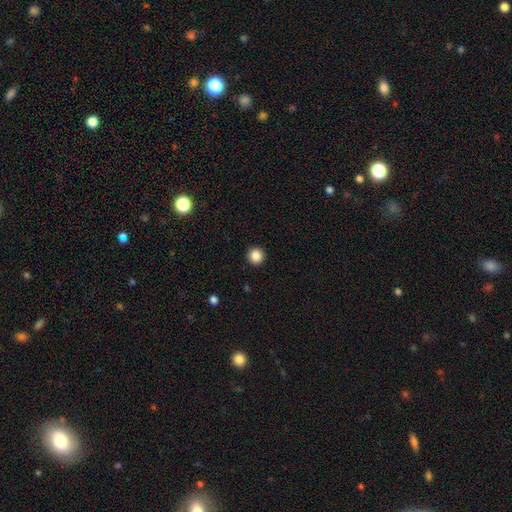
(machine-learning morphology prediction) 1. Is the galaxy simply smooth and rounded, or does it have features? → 87% smooth, 10% star or artifact, 3% featured or disk.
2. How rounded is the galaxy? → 94% round, 5% in between, 1% cigar-shaped.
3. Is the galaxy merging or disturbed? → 93% none, 5% minor disturbance, 2% major disturbance, 1% merger.